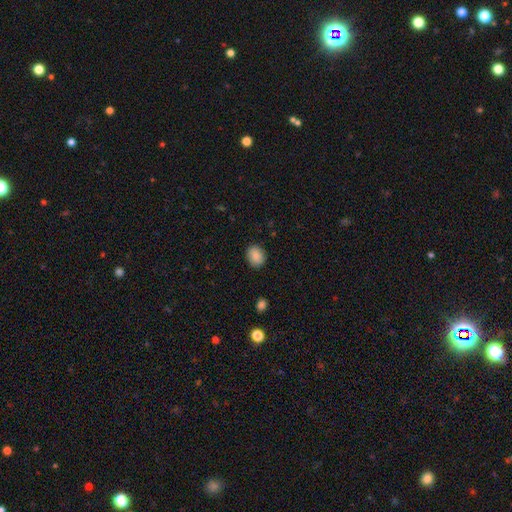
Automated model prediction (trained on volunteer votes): The model was most divided on "how rounded": round: 53%, in between: 46%, cigar-shaped: 1%. More confident: smooth or featured — smooth (87%); merging — none (87%).